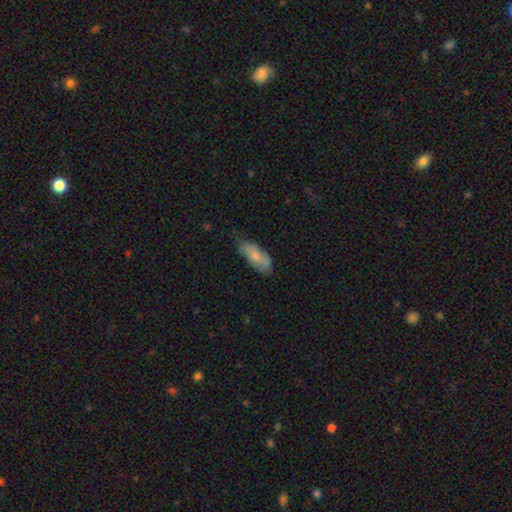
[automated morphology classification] Smooth or featured? Predicted: smooth (p=0.75). How rounded? Predicted: in between (p=0.80). Merging? Predicted: none (p=0.65).